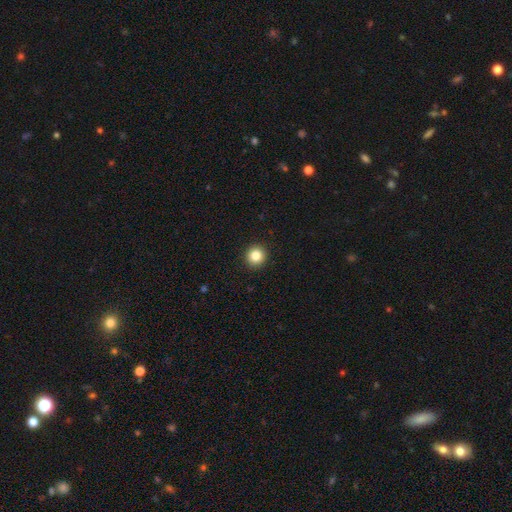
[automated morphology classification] Q: Smooth or featured?
A: smooth (84%); runner-up: star or artifact (11%)
Q: How rounded?
A: round (94%); runner-up: in between (5%)
Q: Merging?
A: none (94%); runner-up: minor disturbance (4%)